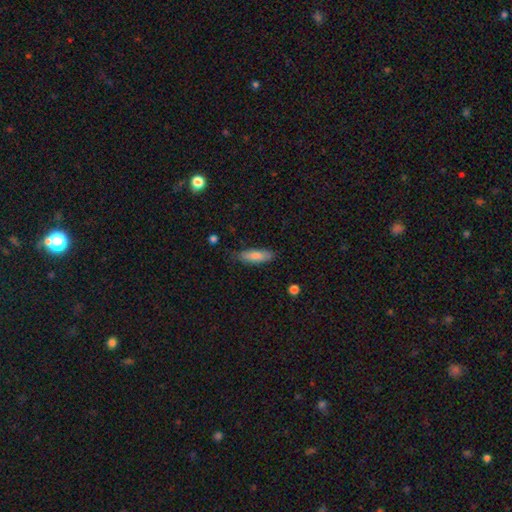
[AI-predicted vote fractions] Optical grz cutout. It shows a smooth galaxy with no disk features (78%) that is in between round and cigar-shaped (49%, tied with cigar-shaped). Merging: none (80%).